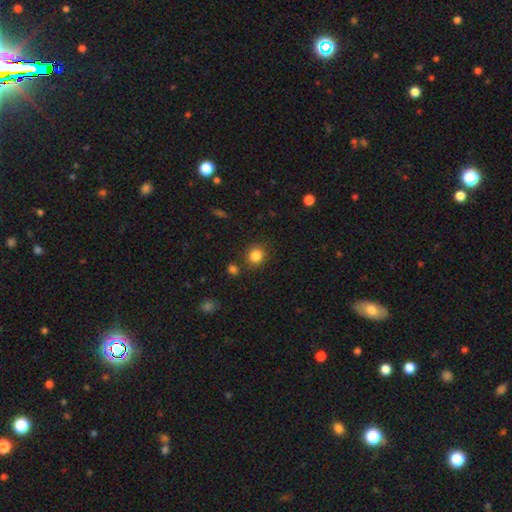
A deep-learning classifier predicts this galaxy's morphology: Smooth or featured? Predicted: smooth (p=0.84). How rounded? Predicted: round (p=0.80). Merging? Predicted: none (p=0.83).